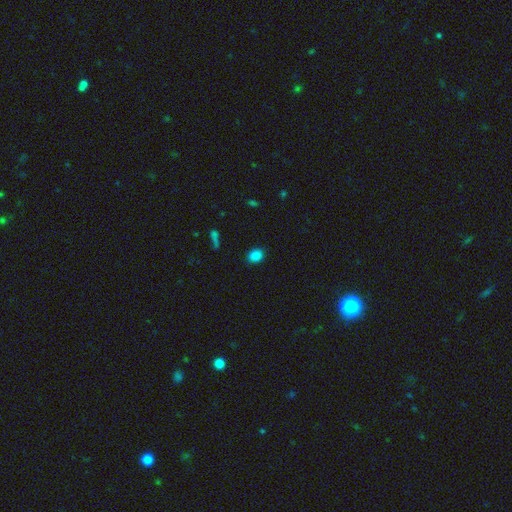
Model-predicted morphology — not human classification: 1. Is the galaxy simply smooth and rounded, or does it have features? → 85% smooth, 11% star or artifact, 4% featured or disk.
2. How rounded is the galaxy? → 50% in between, 49% round, 2% cigar-shaped.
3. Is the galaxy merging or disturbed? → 88% none, 8% minor disturbance, 2% major disturbance, 1% merger.